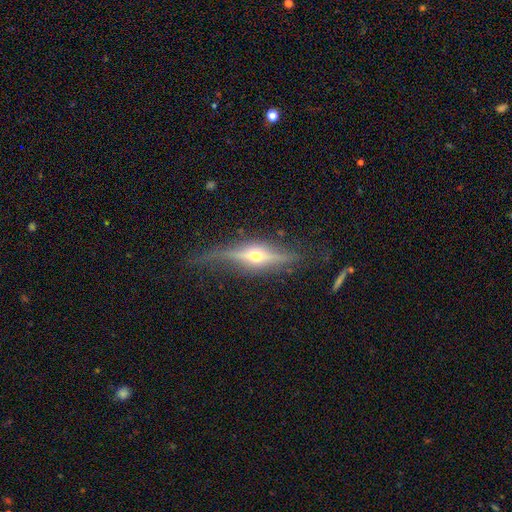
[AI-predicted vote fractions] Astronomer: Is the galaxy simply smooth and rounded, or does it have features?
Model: featured or disk — 79%.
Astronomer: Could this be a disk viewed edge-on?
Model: yes — 94%.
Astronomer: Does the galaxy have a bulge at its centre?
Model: rounded — 95%.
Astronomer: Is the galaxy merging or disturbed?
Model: none — 76%.